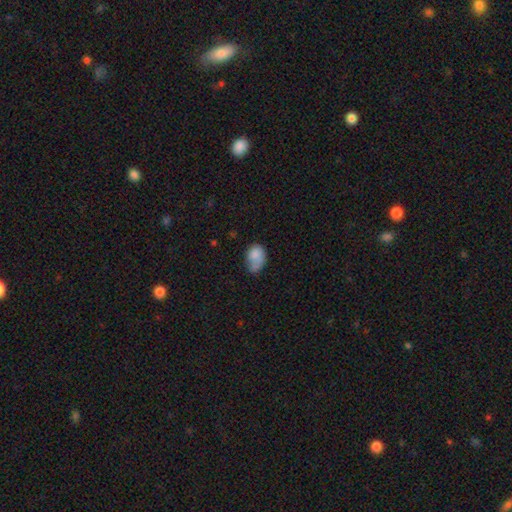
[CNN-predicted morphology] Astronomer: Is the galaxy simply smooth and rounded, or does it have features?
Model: smooth — 77%.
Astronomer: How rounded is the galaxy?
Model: in between — 79%.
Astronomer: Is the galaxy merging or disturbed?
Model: none — 36% (runner-up: minor disturbance, 32%).